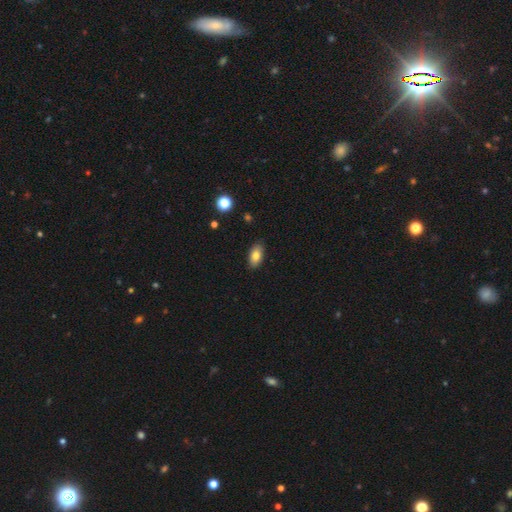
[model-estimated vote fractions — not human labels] This appears to be a smooth galaxy with no disk features (81%) that is in between round and cigar-shaped (92%). Merging: none (87%).